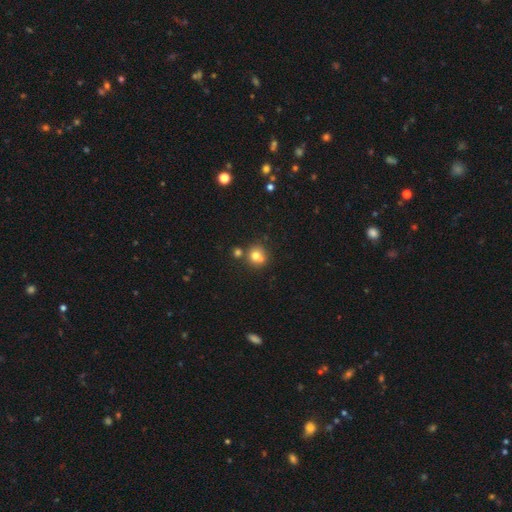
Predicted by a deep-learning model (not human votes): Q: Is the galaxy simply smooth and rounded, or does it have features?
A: smooth — 74%.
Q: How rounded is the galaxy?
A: round — 84%.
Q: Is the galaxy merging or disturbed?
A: none — 58%.